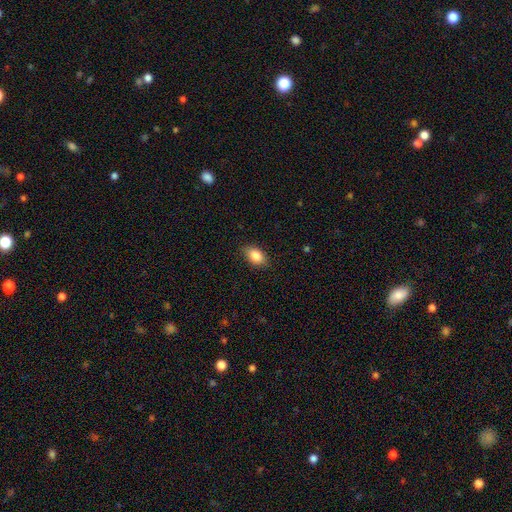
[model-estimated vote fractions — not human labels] A smooth galaxy with no disk features (86%) that is in between round and cigar-shaped (87%). Merging: none (85%).